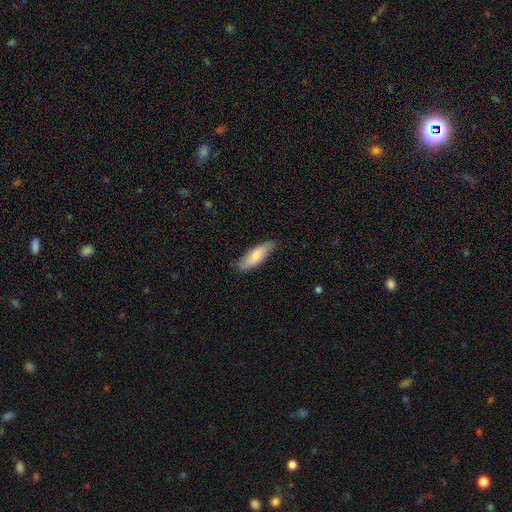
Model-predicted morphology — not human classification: smooth 76%, featured or disk 19%, star or artifact 5%. Down the decision tree: how rounded — in between (57%); merging — none (82%).